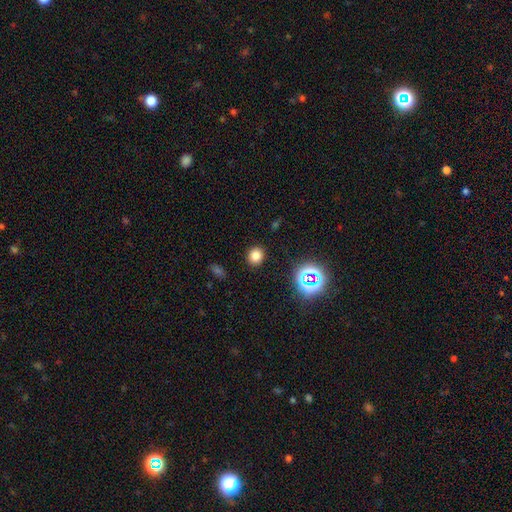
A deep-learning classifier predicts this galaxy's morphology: Smooth or featured: smooth — 77% (star or artifact — 18%)
How rounded: round — 80% (in between — 19%)
Merging: none — 89% (minor disturbance — 7%)